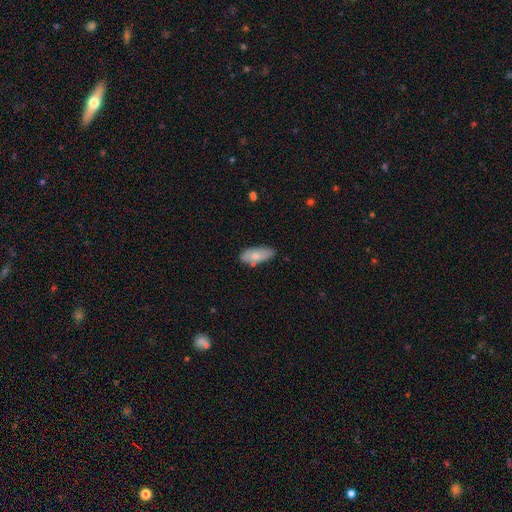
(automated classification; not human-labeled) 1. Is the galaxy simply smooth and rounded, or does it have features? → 73% smooth, 21% featured or disk, 6% star or artifact.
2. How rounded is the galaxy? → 83% in between, 14% cigar-shaped, 2% round.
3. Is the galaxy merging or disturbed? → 70% none, 20% minor disturbance, 6% merger, 3% major disturbance.